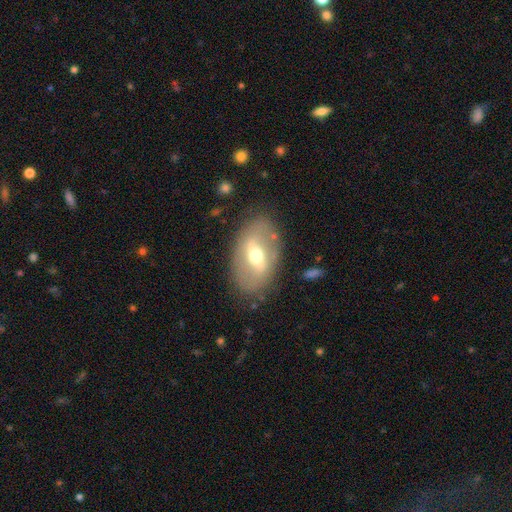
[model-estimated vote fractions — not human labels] Morphology: type=featured or disk (61%); edge-on=no (88%); bar=strong (43%); spiral arms=no (67%); bulge=moderate (69%); merging=none (79%).